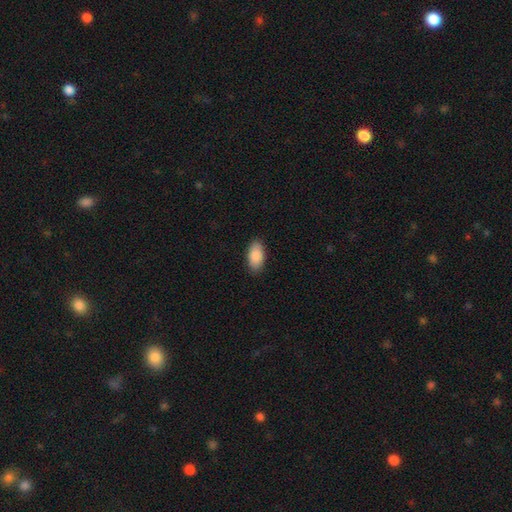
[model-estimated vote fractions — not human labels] Smooth or featured?
  - smooth: 89% *
  - star or artifact: 6%
  - featured or disk: 5%
How rounded?
  - in between: 95% *
  - round: 3%
  - cigar-shaped: 3%
Merging?
  - none: 88% *
  - minor disturbance: 9%
  - major disturbance: 2%
  - merger: 1%